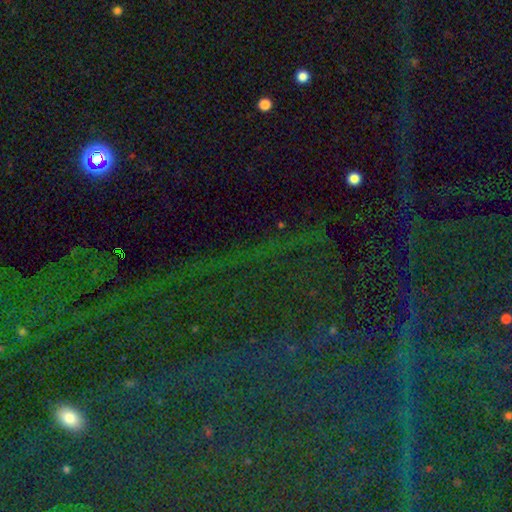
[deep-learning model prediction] This appears to be a star or artifact, not a galaxy (82%).